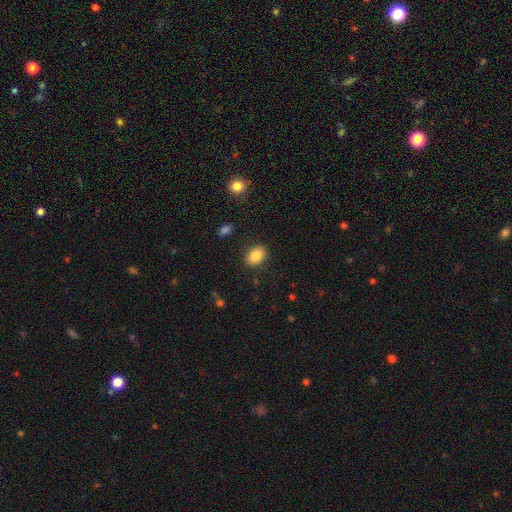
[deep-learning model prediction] This is clearly a smooth galaxy (86%). How rounded: likely in between (73%). Merging: clearly none (87%).